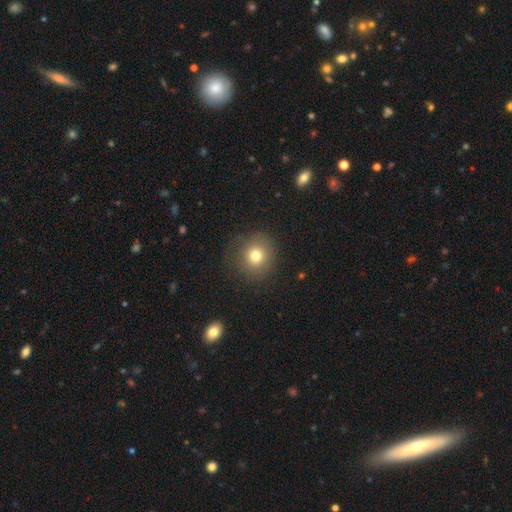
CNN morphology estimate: Overall: smooth (76%). How rounded: round (85%). Merging: none (80%).